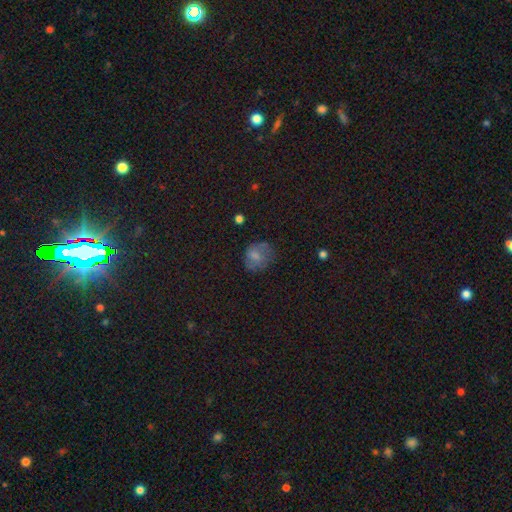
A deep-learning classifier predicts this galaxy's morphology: smooth 64%, featured or disk 22%, star or artifact 14%. Down the decision tree: how rounded — round (64%); merging — none (59%).